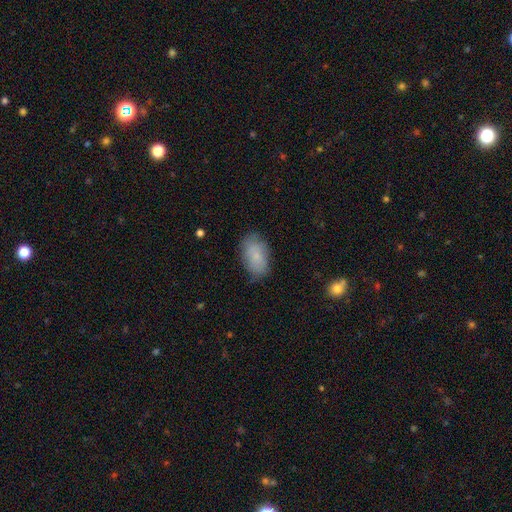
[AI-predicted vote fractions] Morphology: type=smooth (77%); roundness=in between (93%); merging=none (75%).